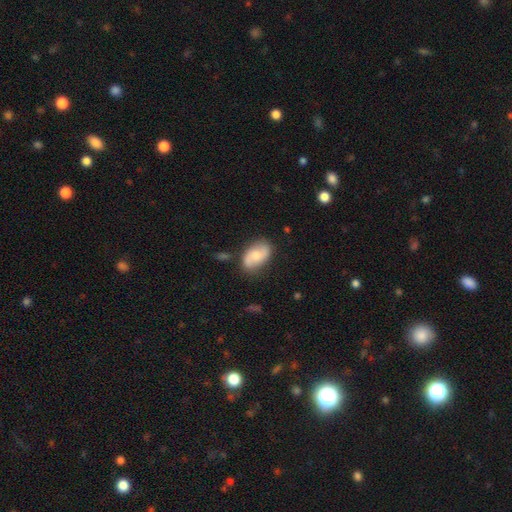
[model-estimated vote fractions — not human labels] The model was most divided on "smooth or featured": featured or disk: 47%, smooth: 46%, star or artifact: 6%. More confident: merging — none (76%).